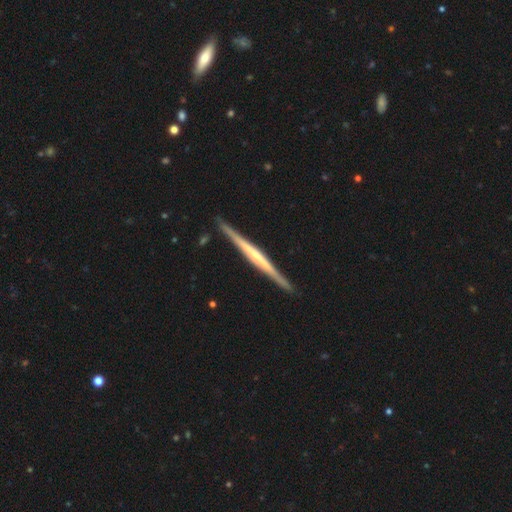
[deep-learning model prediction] Morphology: type=featured or disk (75%); edge-on=yes (98%); edge-on bulge=none (53%); merging=none (91%).